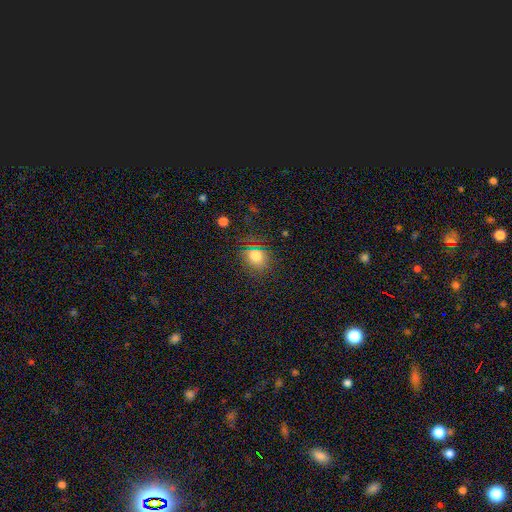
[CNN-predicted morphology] Smooth or featured?
  - smooth: 75% *
  - star or artifact: 17%
  - featured or disk: 8%
How rounded?
  - round: 69% *
  - in between: 30%
  - cigar-shaped: 1%
Merging?
  - none: 82% *
  - minor disturbance: 12%
  - major disturbance: 4%
  - merger: 2%